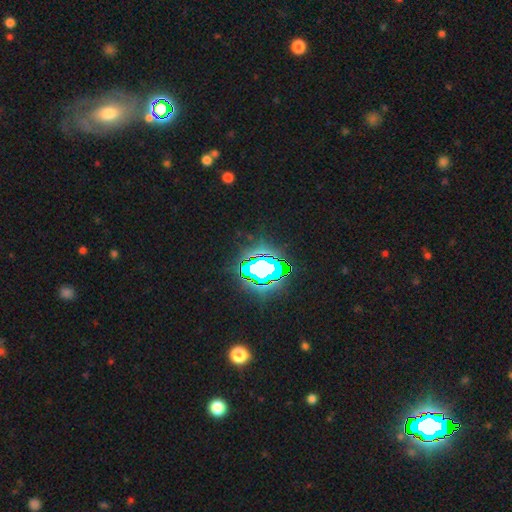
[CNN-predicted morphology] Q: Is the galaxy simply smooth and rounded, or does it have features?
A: star or artifact — 74%.